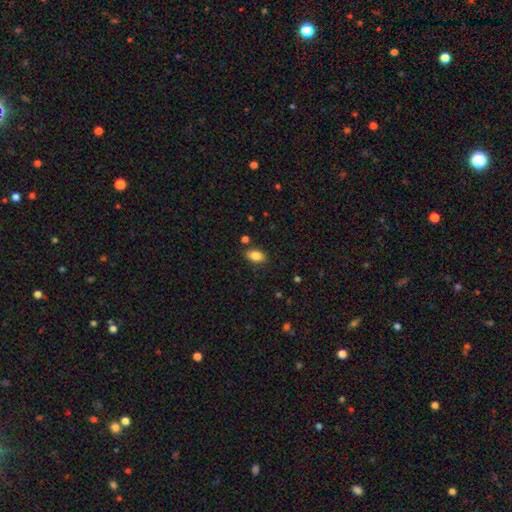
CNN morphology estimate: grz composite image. It shows a smooth galaxy with no disk features (85%) that is in between round and cigar-shaped (88%). Merging: none (84%).